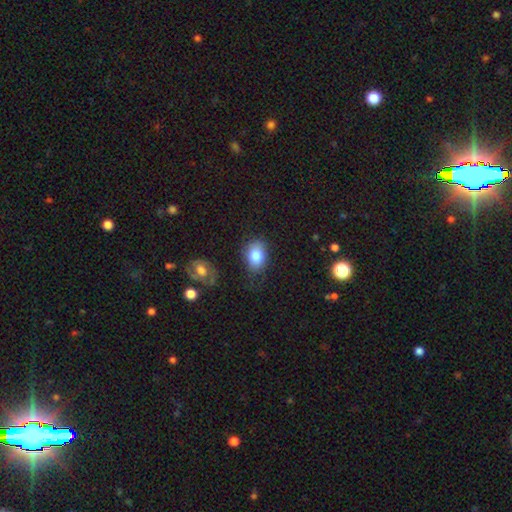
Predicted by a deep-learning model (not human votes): This is clearly a smooth galaxy (81%). How rounded: likely in between (73%). Merging: likely none (68%).